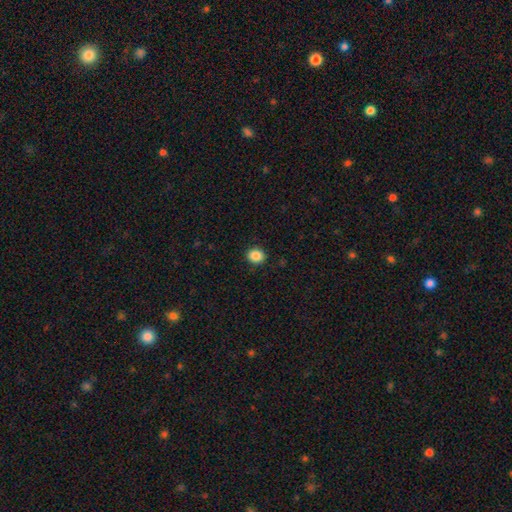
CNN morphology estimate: smooth-or-featured: smooth: 87% | star or artifact: 10% | featured or disk: 3%
  how-rounded: round: 71% | in between: 28% | cigar-shaped: 1%
  merging: none: 91% | minor disturbance: 7% | major disturbance: 2% | merger: 1%